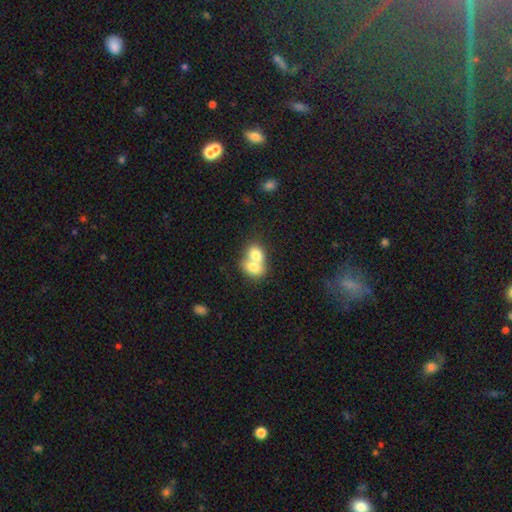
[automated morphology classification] Smooth or featured? smooth (74%)
How rounded? in between (58%)
Merging? merger (77%)